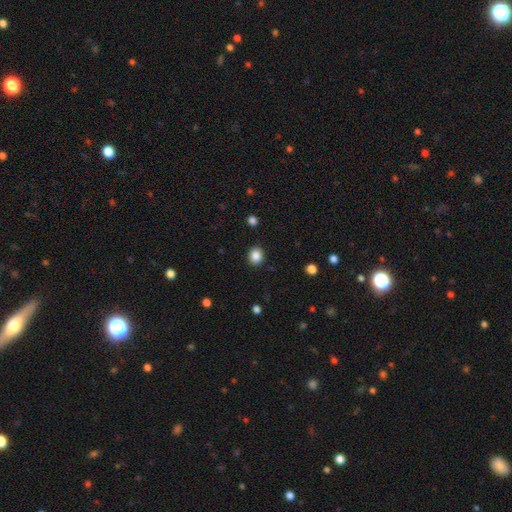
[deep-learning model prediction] A smooth galaxy with no disk features (86%) that is round (75%). Merging: none (90%).